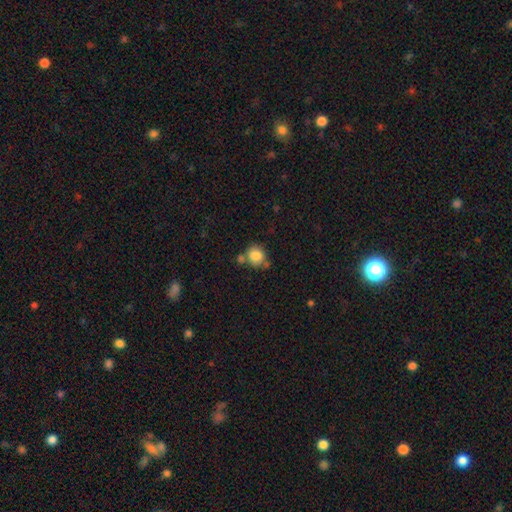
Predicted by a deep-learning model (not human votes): This appears to be a smooth galaxy with no disk features (83%) that is round (82%). Merging: none (58%).